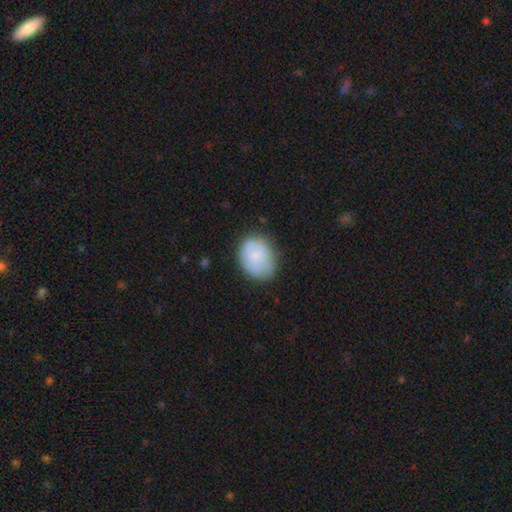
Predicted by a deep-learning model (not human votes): A smooth galaxy with no disk features (74%) that is in between round and cigar-shaped (55%).

Vote fractions:
- Smooth or featured? smooth: 74% / featured or disk: 19% / star or artifact: 7%
- How rounded? in between: 55% / round: 44% / cigar-shaped: 1%
- Merging? none: 71% / minor disturbance: 21% / major disturbance: 6% / merger: 2%